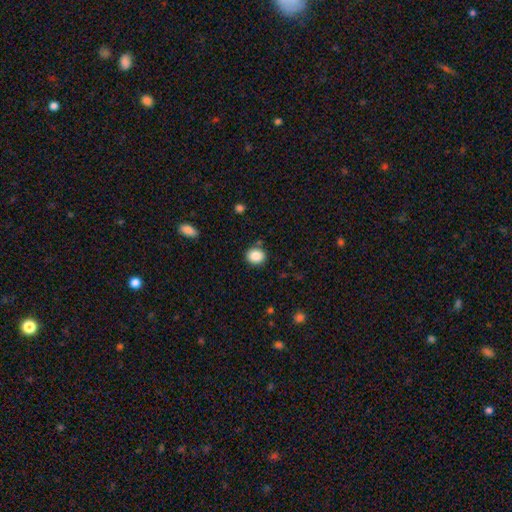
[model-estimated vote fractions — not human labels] smooth_or_featured: smooth (p=0.86) [alt: star or artifact p=0.09]
how_rounded: round (p=0.72) [alt: in between p=0.27]
merging: none (p=0.86) [alt: minor disturbance p=0.08]